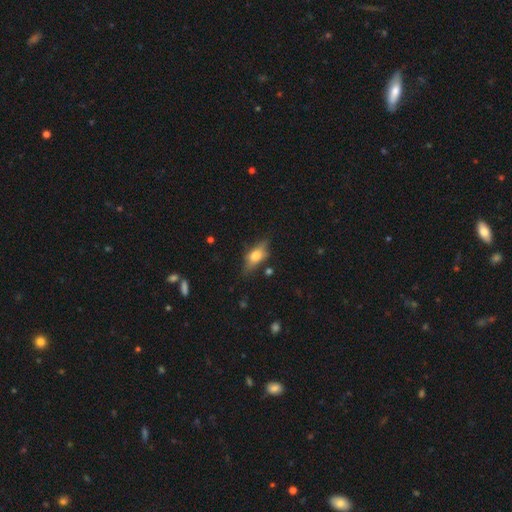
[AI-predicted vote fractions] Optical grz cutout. It shows a smooth galaxy with no disk features (59%) that is in between round and cigar-shaped (74%). Merging: none (70%).